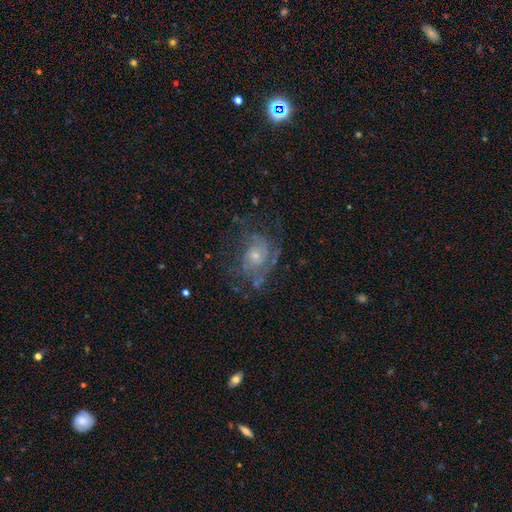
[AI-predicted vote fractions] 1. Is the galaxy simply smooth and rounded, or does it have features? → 73% featured or disk, 16% smooth, 11% star or artifact.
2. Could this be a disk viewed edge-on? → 97% no, 3% yes.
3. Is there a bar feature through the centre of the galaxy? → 80% no, 17% weak, 3% strong.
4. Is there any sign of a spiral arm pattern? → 79% yes, 21% no.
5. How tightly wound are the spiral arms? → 45% tight, 38% medium, 17% loose.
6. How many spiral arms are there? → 43% can't tell, 25% 2, 14% 3, 8% 1, 6% 4, 4% more than 4.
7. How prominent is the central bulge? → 60% small, 34% moderate, 3% large, 3% none, 1% dominant.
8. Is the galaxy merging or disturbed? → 56% none, 22% major disturbance, 20% minor disturbance, 2% merger.